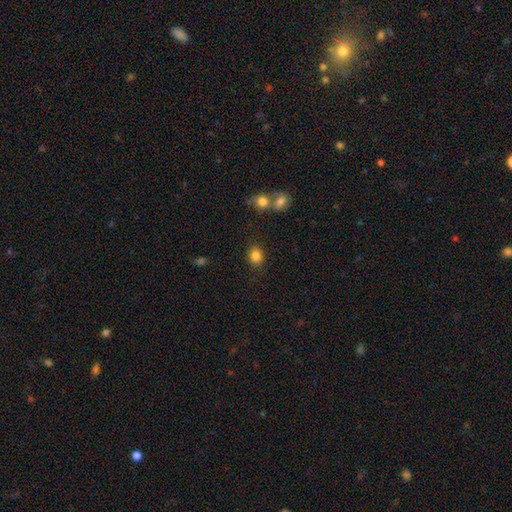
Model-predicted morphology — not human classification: This appears to be a smooth galaxy with no disk features (84%) that is round (67%). Merging: none (84%).